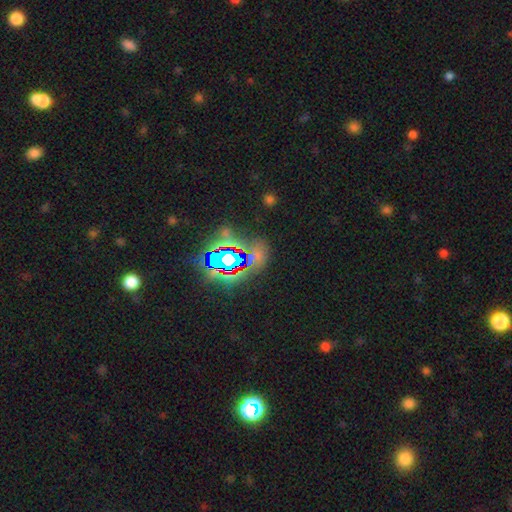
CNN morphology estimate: Overall: star or artifact (67%).